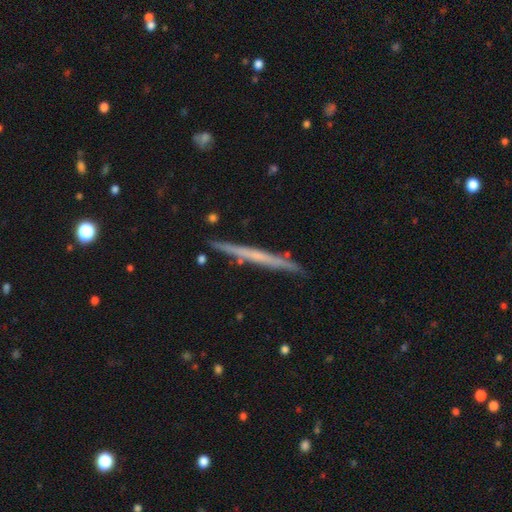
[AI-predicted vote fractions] This is possibly a featured or disk galaxy (59%). It is clearly viewed edge-on (97%). Edge-on bulge: clearly none (82%). Merging: clearly none (88%).